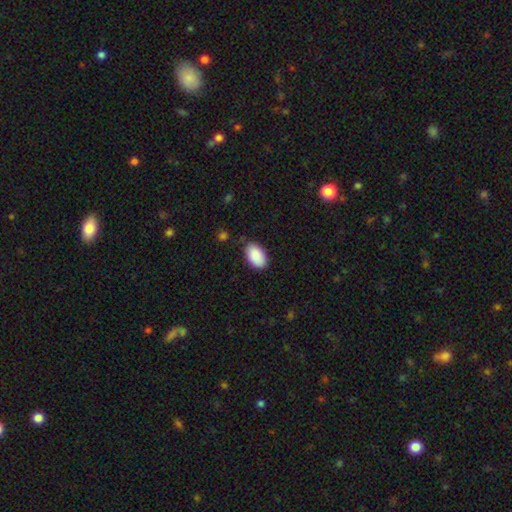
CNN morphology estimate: This appears to be a smooth galaxy with no disk features (90%) that is in between round and cigar-shaped (94%). Merging: none (81%).